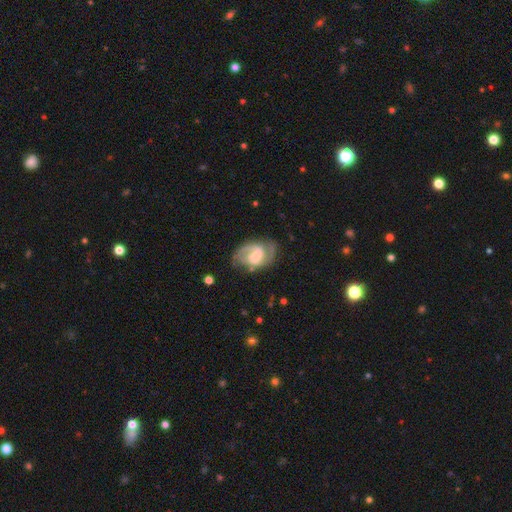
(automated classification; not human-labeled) Smooth or featured? featured or disk (78%)
Edge-on disk? no (97%)
Bar? weak (50%)
Spiral arms? yes (93%)
Spiral winding? medium (49%)
Spiral arm count? 2 (76%)
Bulge size? moderate (33%)
Merging? none (64%)